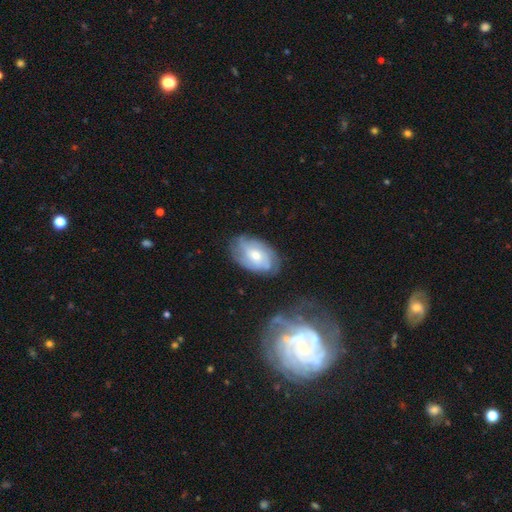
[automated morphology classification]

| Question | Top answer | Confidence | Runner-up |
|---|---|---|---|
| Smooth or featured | featured or disk | 66% | smooth (27%) |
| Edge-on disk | no | 95% | yes (5%) |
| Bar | no | 66% | weak (29%) |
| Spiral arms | yes | 86% | no (14%) |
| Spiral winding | tight | 54% | medium (33%) |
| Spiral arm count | can't tell | 44% | 2 (18%) |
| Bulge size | moderate | 51% | small (42%) |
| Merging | none | 72% | minor disturbance (20%) |